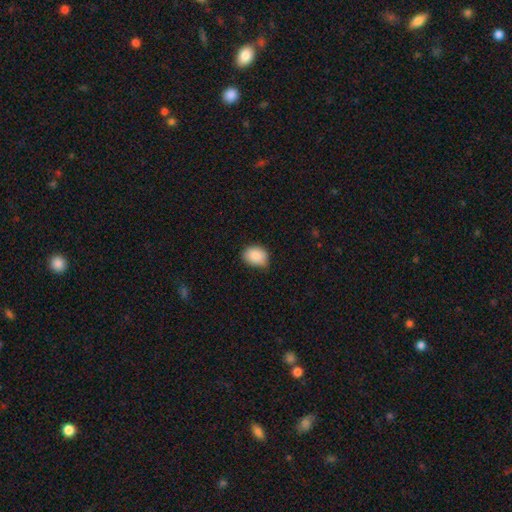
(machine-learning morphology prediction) smooth_or_featured: smooth (p=0.88) [alt: star or artifact p=0.08]
how_rounded: in between (p=0.63) [alt: round p=0.36]
merging: none (p=0.65) [alt: minor disturbance p=0.30]